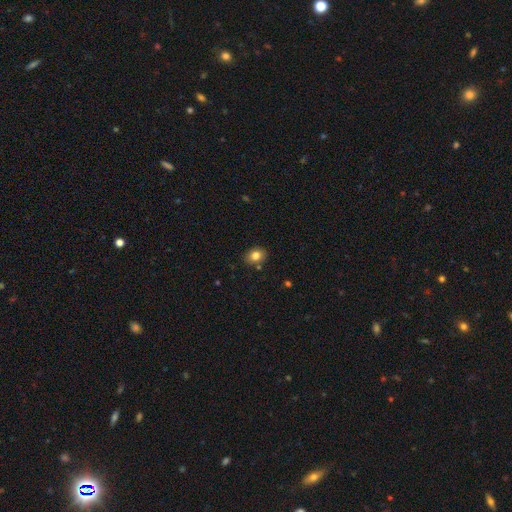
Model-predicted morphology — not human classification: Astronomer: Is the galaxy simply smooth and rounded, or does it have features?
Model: smooth — 82%.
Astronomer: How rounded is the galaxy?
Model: in between — 53% (runner-up: round, 47%).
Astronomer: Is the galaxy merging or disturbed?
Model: none — 84%.